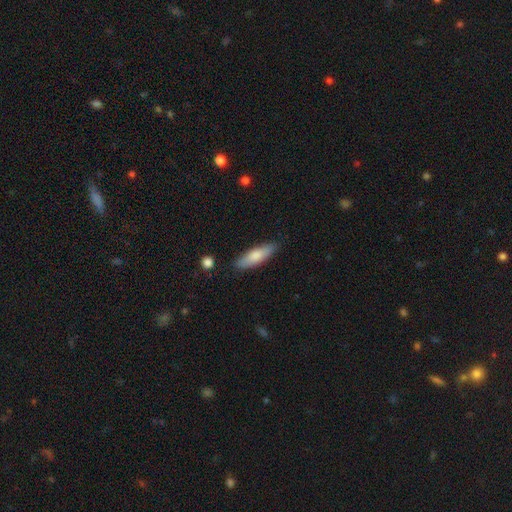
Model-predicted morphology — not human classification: type=smooth (77%); roundness=cigar-shaped (56%); merging=none (85%).